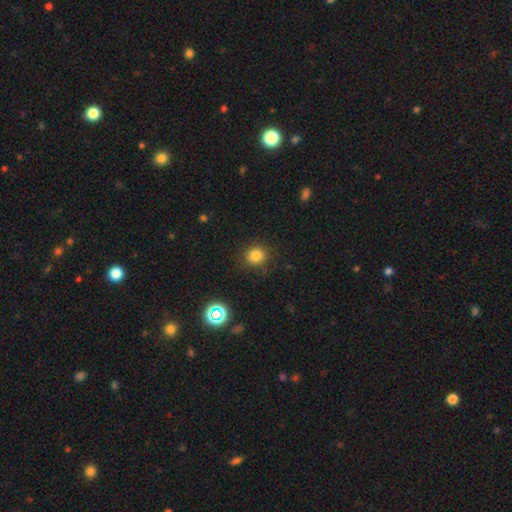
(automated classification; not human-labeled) smooth-or-featured: smooth: 81% | star or artifact: 14% | featured or disk: 5%
  how-rounded: round: 83% | in between: 16% | cigar-shaped: 1%
  merging: none: 86% | minor disturbance: 9% | major disturbance: 3% | merger: 1%